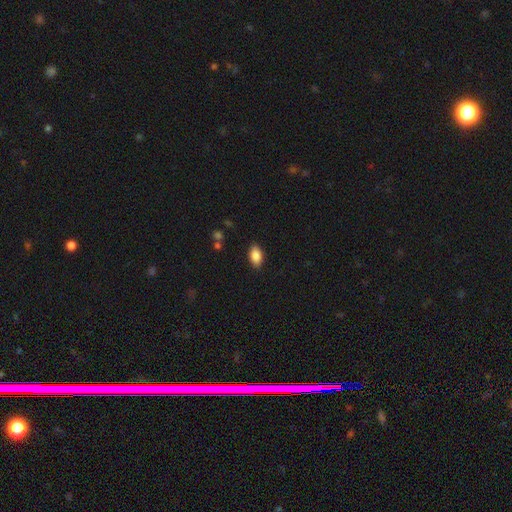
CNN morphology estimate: Smooth or featured? smooth (87%)
How rounded? in between (92%)
Merging? none (87%)